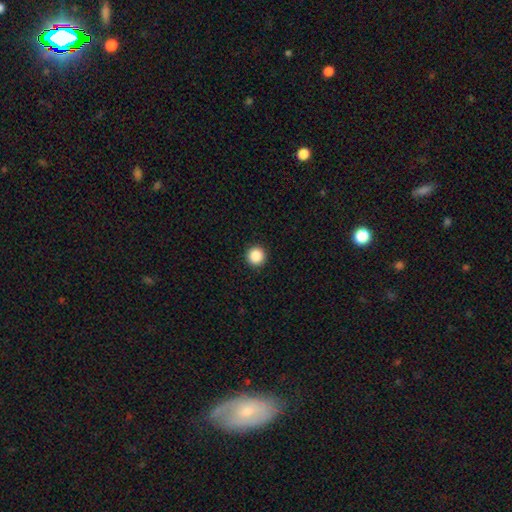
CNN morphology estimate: type=smooth (87%); roundness=round (96%); merging=none (94%).